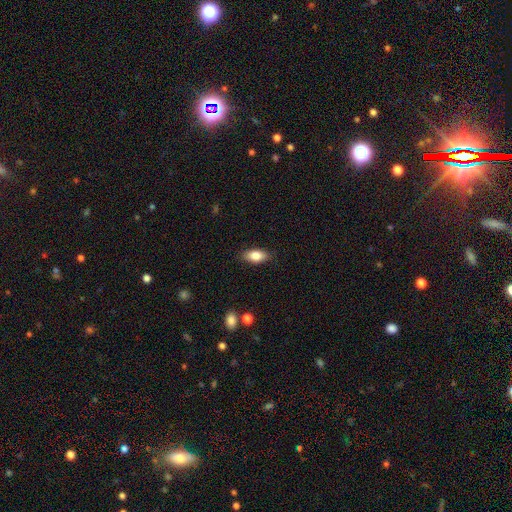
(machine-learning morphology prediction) Smooth or featured? Predicted: smooth (p=0.82). How rounded? Predicted: in between (p=0.88). Merging? Predicted: none (p=0.87).